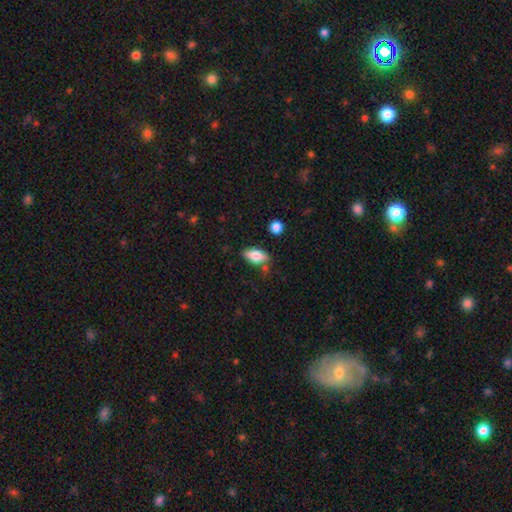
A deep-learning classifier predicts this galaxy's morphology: type=smooth (72%); roundness=in between (84%); merging=none (73%).